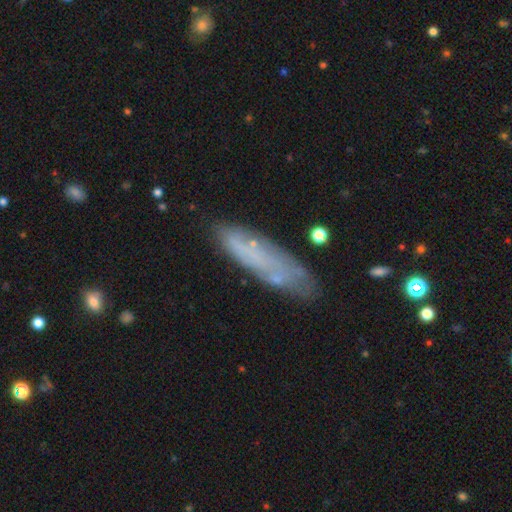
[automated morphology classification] Smooth or featured? smooth (50%)
Merging? none (72%)